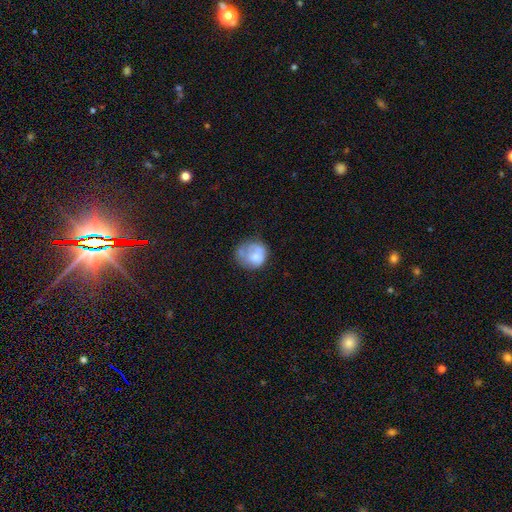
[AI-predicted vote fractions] Q: Smooth or featured?
A: smooth (64%); runner-up: featured or disk (27%)
Q: How rounded?
A: round (77%); runner-up: in between (22%)
Q: Merging?
A: none (45%); runner-up: minor disturbance (29%)